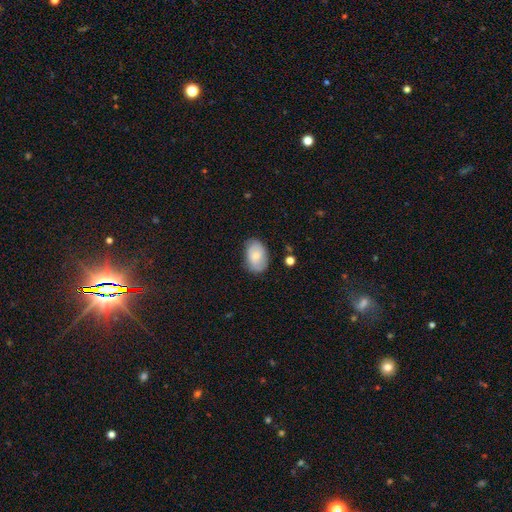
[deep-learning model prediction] smooth 71%, featured or disk 22%, star or artifact 7%. Down the decision tree: how rounded — in between (88%); merging — none (73%).